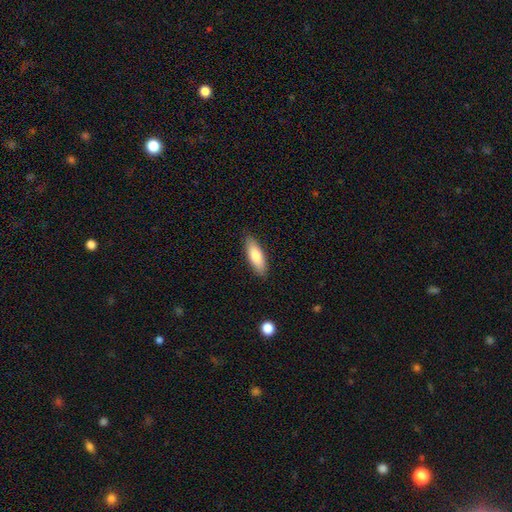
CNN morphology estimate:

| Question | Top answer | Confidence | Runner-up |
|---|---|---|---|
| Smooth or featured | smooth | 78% | featured or disk (16%) |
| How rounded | in between | 61% | cigar-shaped (37%) |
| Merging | none | 88% | minor disturbance (9%) |